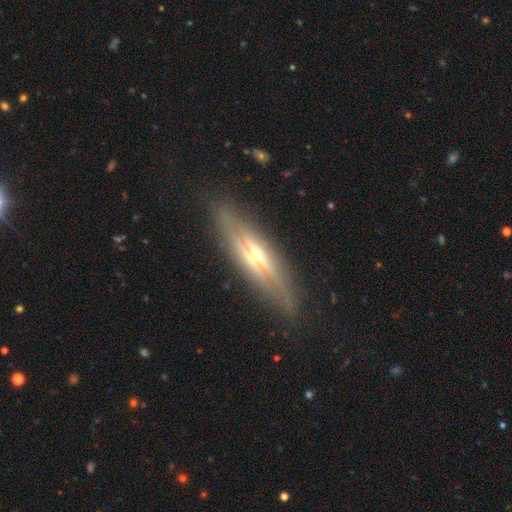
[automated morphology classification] Smooth or featured? featured or disk (81%)
Edge-on disk? yes (92%)
Edge-on bulge? rounded (85%)
Merging? none (83%)